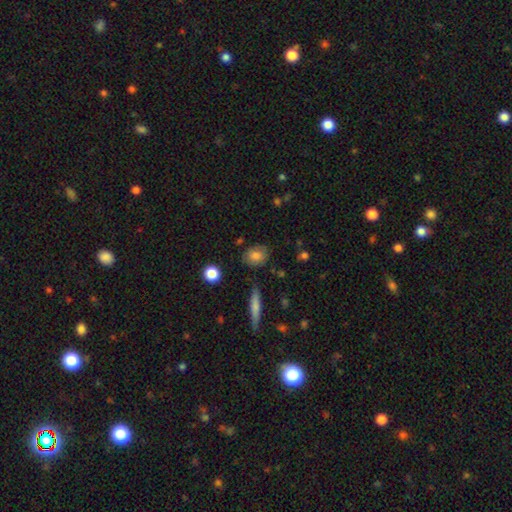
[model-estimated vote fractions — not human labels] The model was most divided on "how rounded": round: 52%, in between: 45%, cigar-shaped: 3%. More confident: merging — none (77%); smooth or featured — smooth (77%).